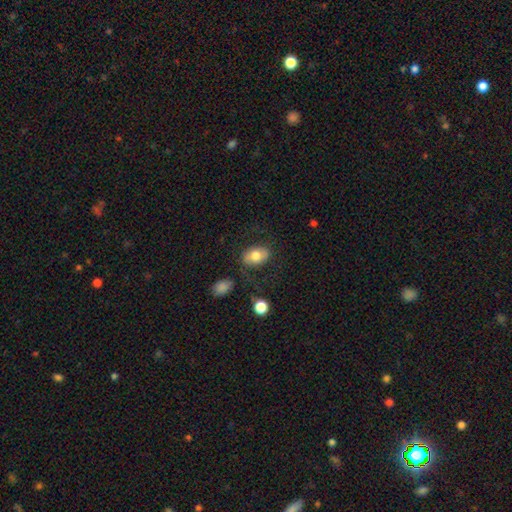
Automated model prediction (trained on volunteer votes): This appears to be a smooth galaxy with no disk features (74%) that is in between round and cigar-shaped (82%). Merging: none (68%).